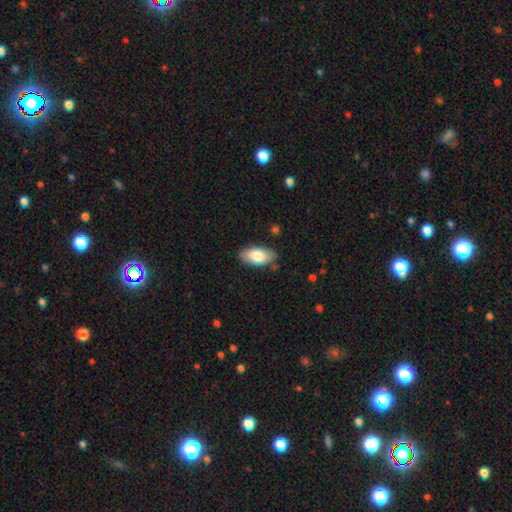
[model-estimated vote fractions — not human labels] Smooth or featured?
  - smooth: 82% *
  - featured or disk: 12%
  - star or artifact: 6%
How rounded?
  - in between: 93% *
  - cigar-shaped: 5%
  - round: 3%
Merging?
  - none: 84% *
  - minor disturbance: 12%
  - major disturbance: 2%
  - merger: 1%